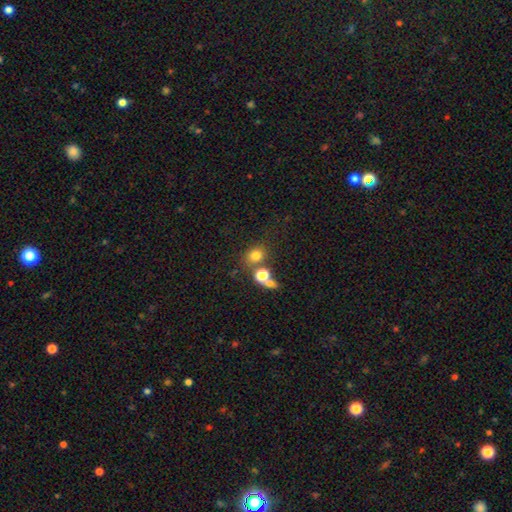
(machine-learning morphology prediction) Smooth or featured? Predicted: smooth (p=0.75). How rounded? Predicted: round (p=0.69). Merging? Predicted: none (p=0.64).